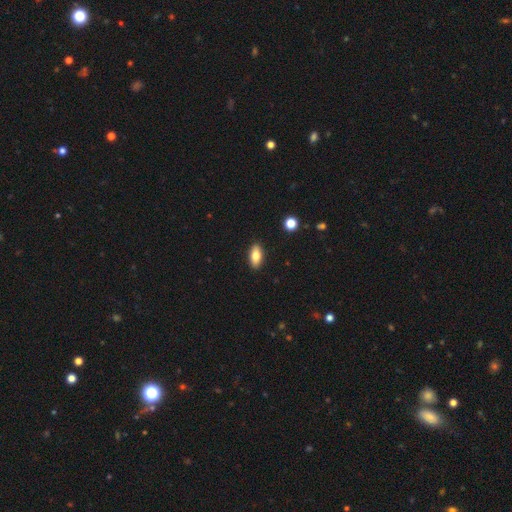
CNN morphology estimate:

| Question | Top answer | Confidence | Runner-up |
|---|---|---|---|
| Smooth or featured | smooth | 77% | featured or disk (15%) |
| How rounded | in between | 86% | cigar-shaped (11%) |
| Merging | none | 90% | minor disturbance (7%) |